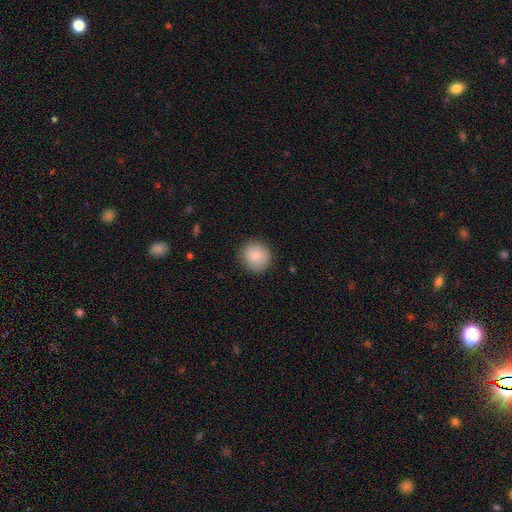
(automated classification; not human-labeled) Smooth or featured: smooth — 86% (star or artifact — 7%)
How rounded: round — 91% (in between — 8%)
Merging: none — 88% (minor disturbance — 9%)